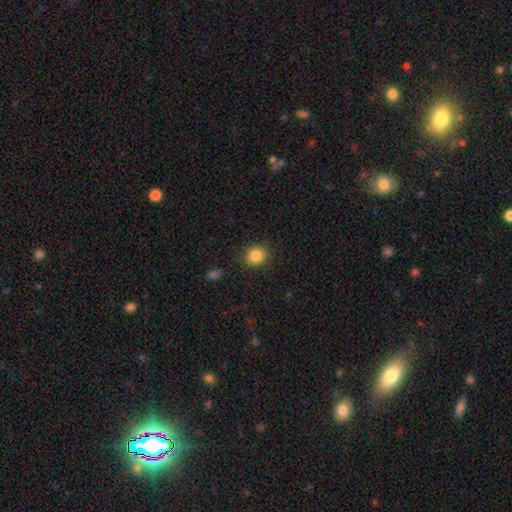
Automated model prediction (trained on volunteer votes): The model was most divided on "how rounded": round: 83%, in between: 16%, cigar-shaped: 1%. More confident: merging — none (88%); smooth or featured — smooth (85%).